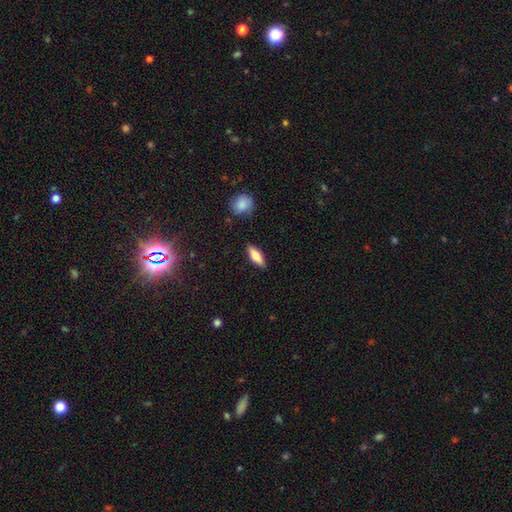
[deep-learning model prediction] Overall: smooth (67%). How rounded: in between (61%; cigar-shaped 36%). Merging: none (87%).